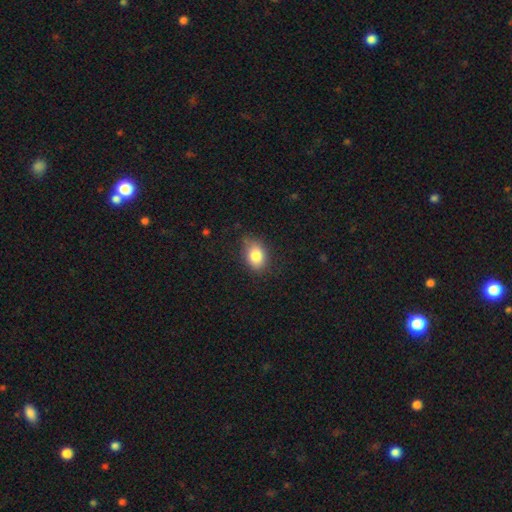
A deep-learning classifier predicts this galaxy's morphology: Smooth or featured? Predicted: smooth (p=0.83). How rounded? Predicted: in between (p=0.78). Merging? Predicted: none (p=0.74).